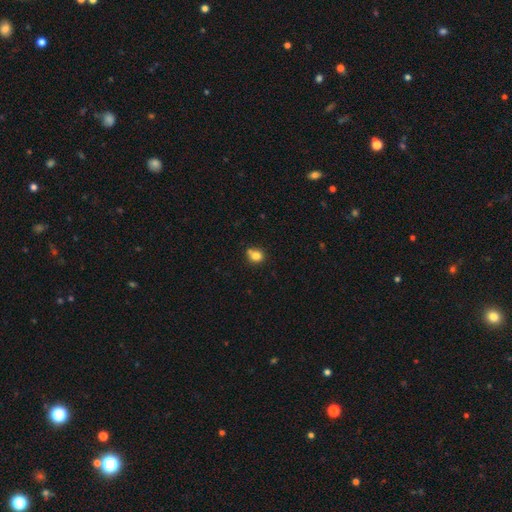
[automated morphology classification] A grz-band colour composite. It shows a smooth galaxy with no disk features (81%) that is round (78%). Merging: none (60%).